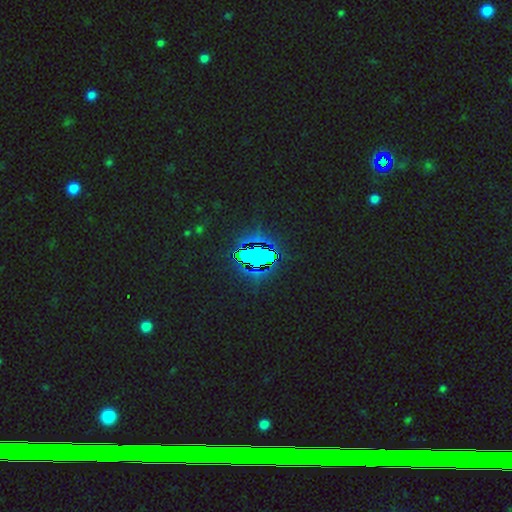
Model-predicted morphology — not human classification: Smooth or featured? star or artifact (85%)